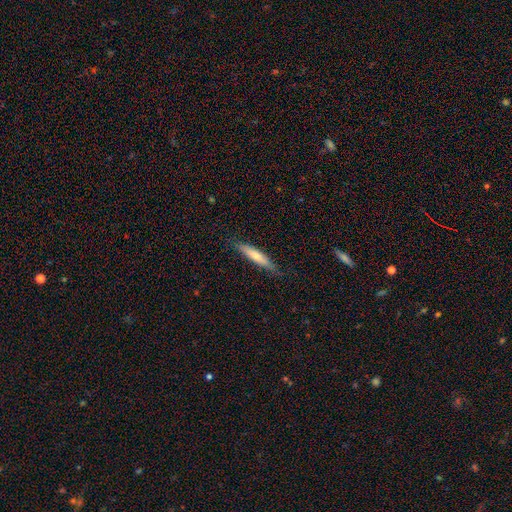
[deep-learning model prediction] Morphology: type=smooth (70%); roundness=cigar-shaped (88%); merging=none (83%).